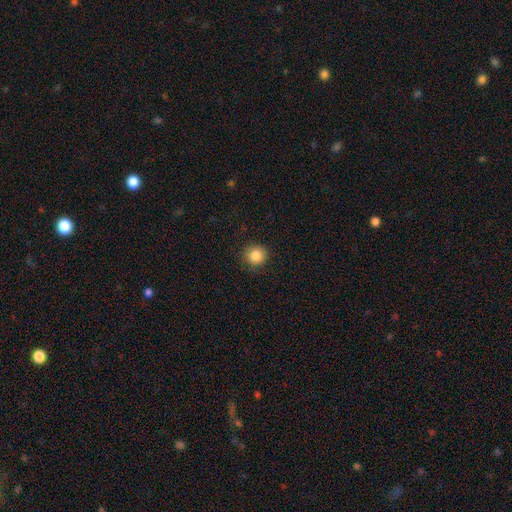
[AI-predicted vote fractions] Smooth or featured?
  - smooth: 85% *
  - star or artifact: 10%
  - featured or disk: 5%
How rounded?
  - round: 93% *
  - in between: 6%
  - cigar-shaped: 1%
Merging?
  - none: 88% *
  - minor disturbance: 8%
  - major disturbance: 2%
  - merger: 1%